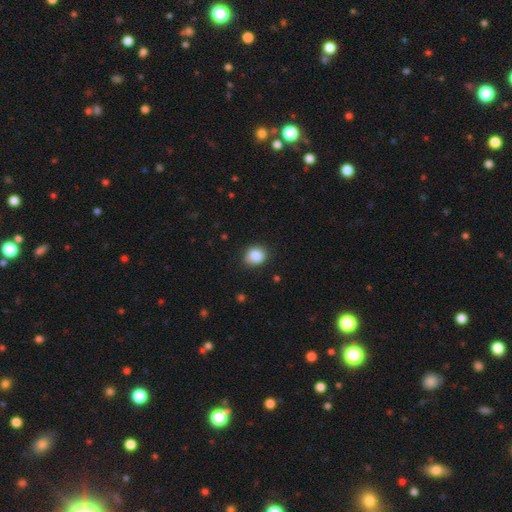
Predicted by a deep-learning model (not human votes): The model was most divided on "how rounded": round: 66%, in between: 33%, cigar-shaped: 1%. More confident: smooth or featured — smooth (86%); merging — none (82%).